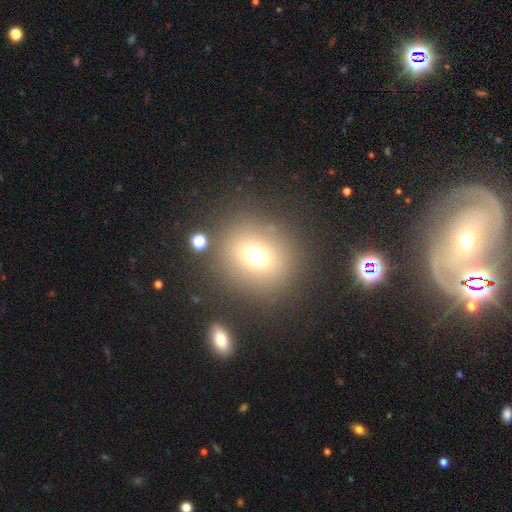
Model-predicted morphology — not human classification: Smooth or featured: smooth — 67% (star or artifact — 21%)
How rounded: round — 78% (in between — 20%)
Merging: none — 80% (minor disturbance — 9%)